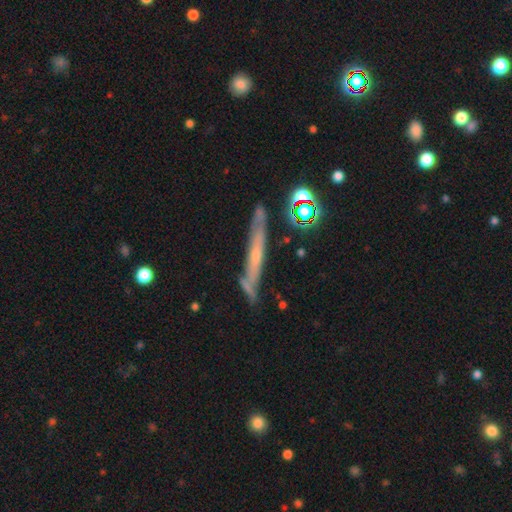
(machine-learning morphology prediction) Q: Smooth or featured?
A: featured or disk (62%); runner-up: smooth (26%)
Q: Edge-on disk?
A: yes (83%); runner-up: no (17%)
Q: Edge-on bulge?
A: none (53%); runner-up: rounded (41%)
Q: Merging?
A: none (73%); runner-up: minor disturbance (18%)